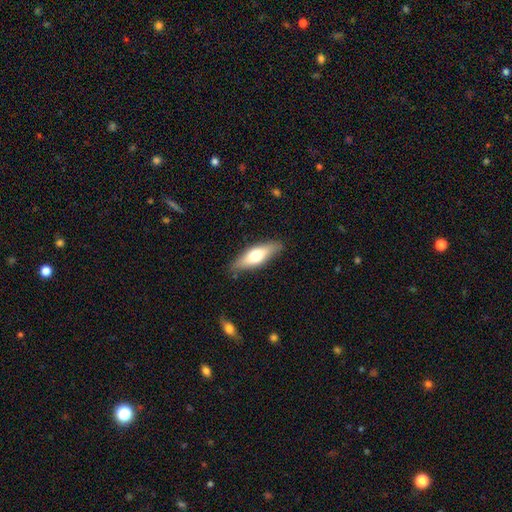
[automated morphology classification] Smooth or featured? Predicted: smooth (p=0.56). How rounded? Predicted: in between (p=0.53). Merging? Predicted: none (p=0.85).